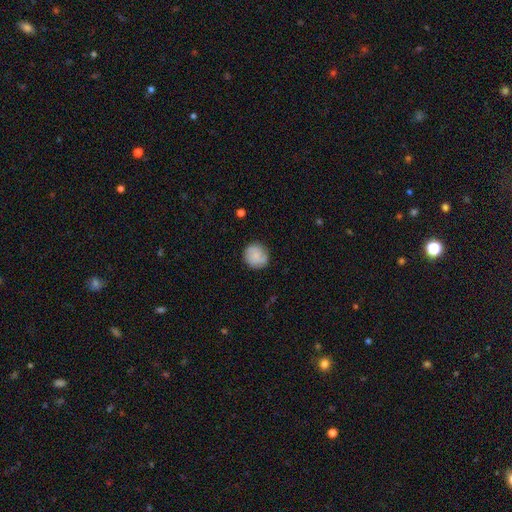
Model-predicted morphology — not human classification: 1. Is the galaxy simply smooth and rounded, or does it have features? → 68% smooth, 24% featured or disk, 7% star or artifact.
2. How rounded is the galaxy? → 89% round, 10% in between, 1% cigar-shaped.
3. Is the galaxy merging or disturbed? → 85% none, 11% minor disturbance, 3% major disturbance, 1% merger.